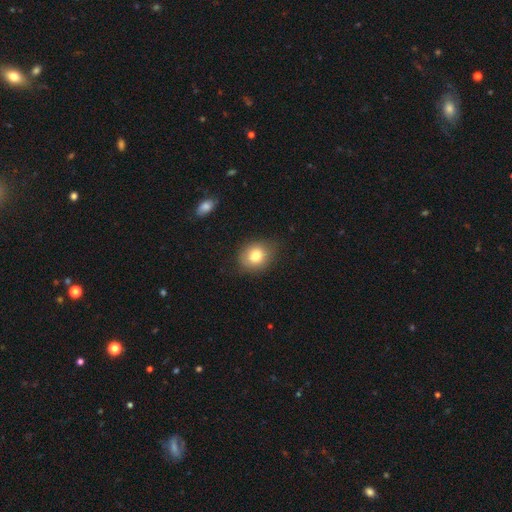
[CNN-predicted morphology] type=smooth (80%); roundness=round (57%); merging=none (78%).